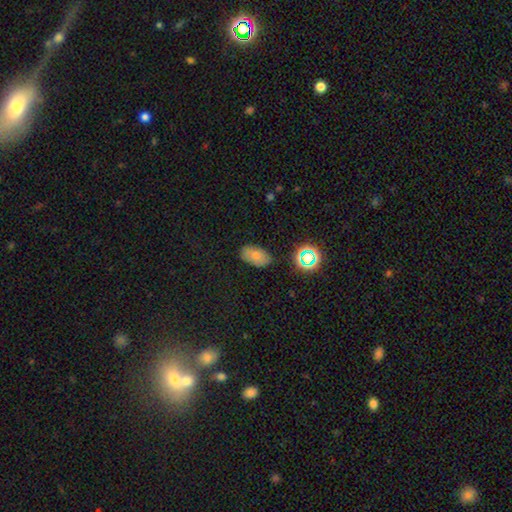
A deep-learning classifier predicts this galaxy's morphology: This is likely a smooth galaxy (71%). How rounded: clearly in between (91%). Merging: likely none (78%).